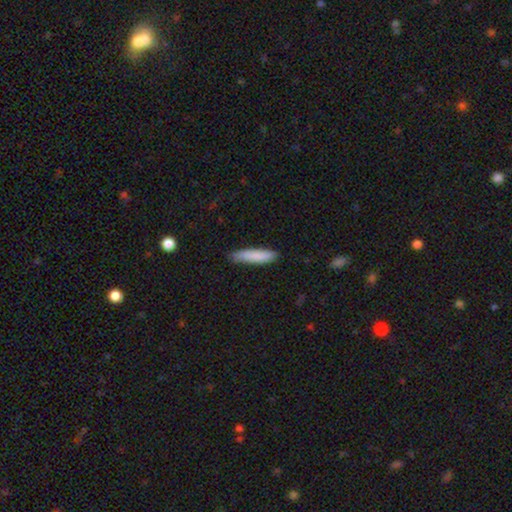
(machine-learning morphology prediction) Smooth or featured? Predicted: smooth (p=0.85). How rounded? Predicted: cigar-shaped (p=0.80). Merging? Predicted: none (p=0.77).